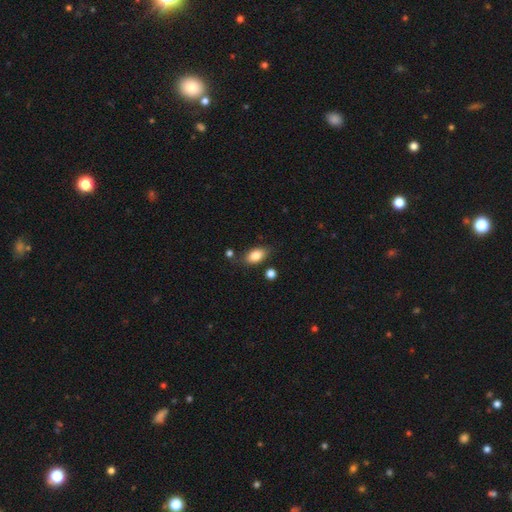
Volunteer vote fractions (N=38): This appears to be a smooth galaxy with no disk features (84%) that is in between round and cigar-shaped (94%). Merging: none (86%).